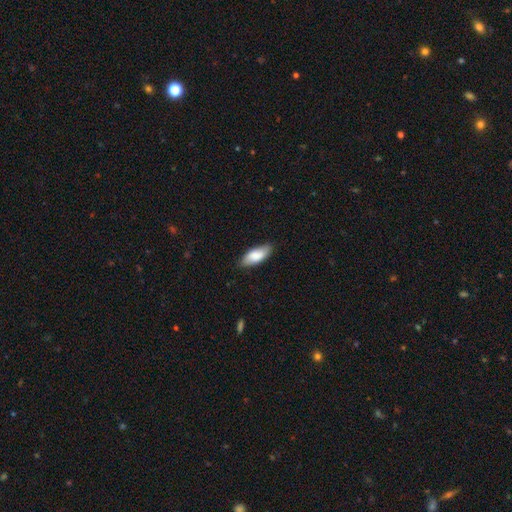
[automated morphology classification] Overall: smooth (81%). How rounded: in between (80%). Merging: none (81%).